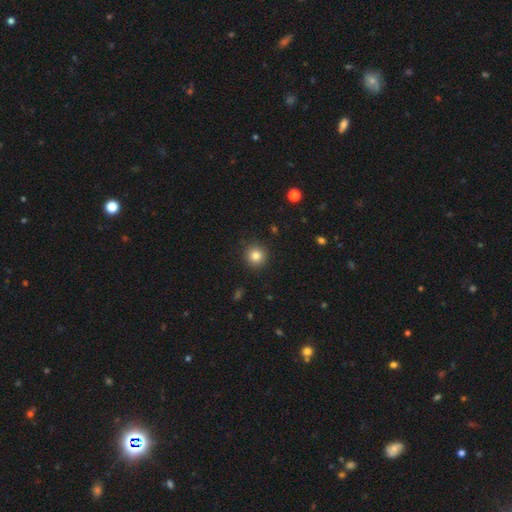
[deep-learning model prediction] Smooth or featured?
  - smooth: 83% *
  - star or artifact: 11%
  - featured or disk: 6%
How rounded?
  - round: 94% *
  - in between: 5%
  - cigar-shaped: 1%
Merging?
  - none: 92% *
  - minor disturbance: 6%
  - major disturbance: 2%
  - merger: 1%